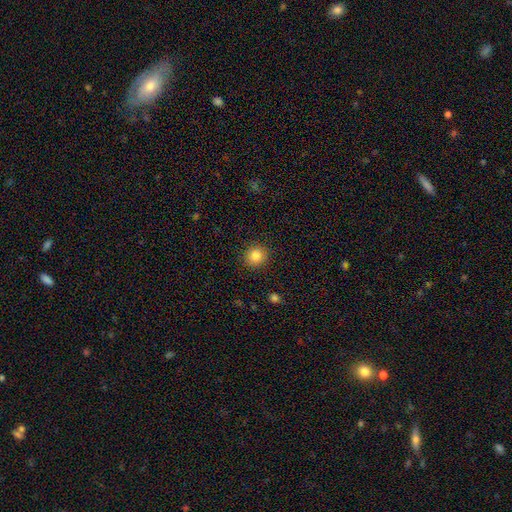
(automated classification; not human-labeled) A smooth galaxy with no disk features (85%) that is round (86%). Merging: none (90%).